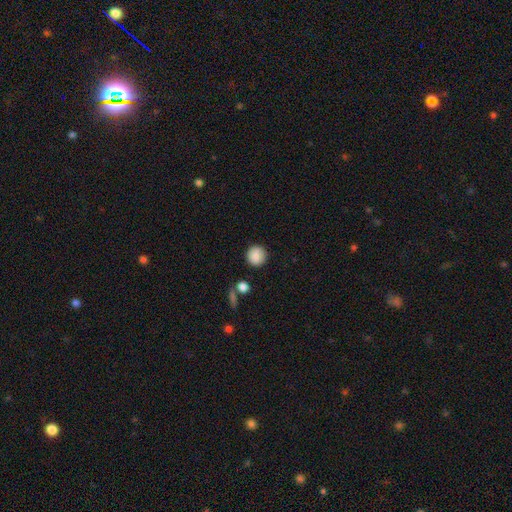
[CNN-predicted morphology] smooth 87%, star or artifact 8%, featured or disk 4%. Down the decision tree: how rounded — round (91%); merging — none (86%).